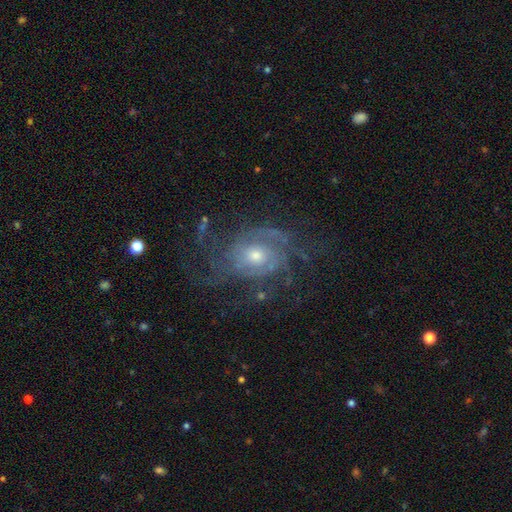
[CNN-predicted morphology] This is clearly a featured or disk galaxy (82%). It is clearly not viewed edge-on (97%). Bar: likely no (78%). Spiral arm pattern: clearly yes (90%). Spiral arm count: marginally can't tell (36%). Spiral winding: possibly tight (48%). Central bulge: possibly moderate (56%). Merging: possibly none (60%).